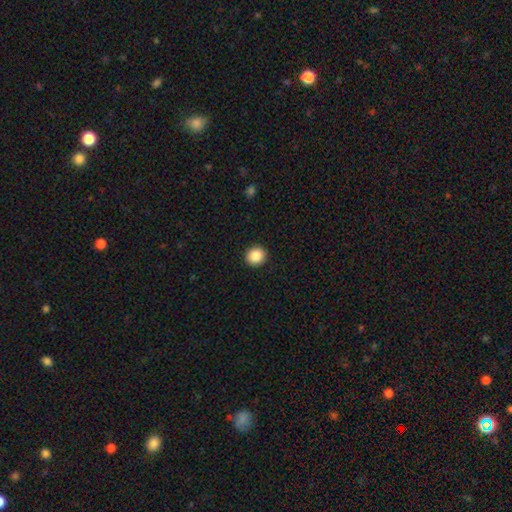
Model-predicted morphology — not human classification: Smooth or featured: smooth — 87% (star or artifact — 9%)
How rounded: round — 88% (in between — 11%)
Merging: none — 93% (minor disturbance — 5%)